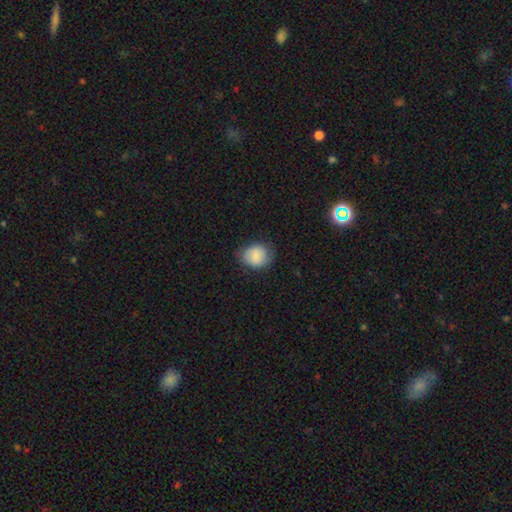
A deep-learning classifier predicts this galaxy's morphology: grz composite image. It shows a smooth galaxy with no disk features (85%) that is round (63%). Merging: none (75%).